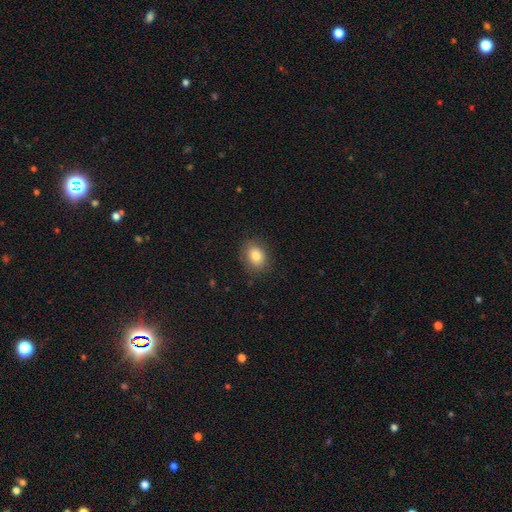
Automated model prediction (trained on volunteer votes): Smooth or featured? smooth (83%)
How rounded? in between (57%)
Merging? none (83%)